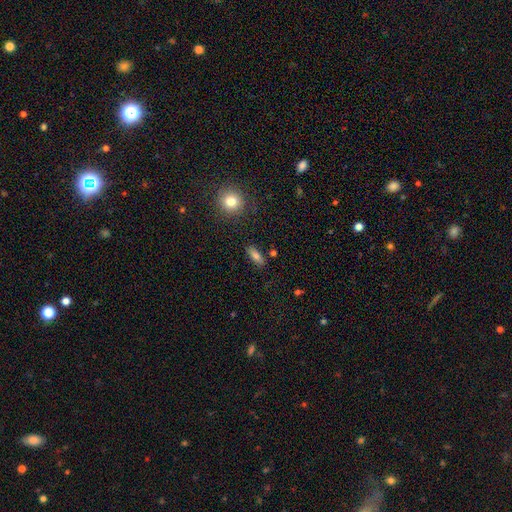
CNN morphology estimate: The model was most divided on "how rounded": in between: 72%, cigar-shaped: 24%, round: 4%. More confident: merging — none (84%); smooth or featured — smooth (78%).